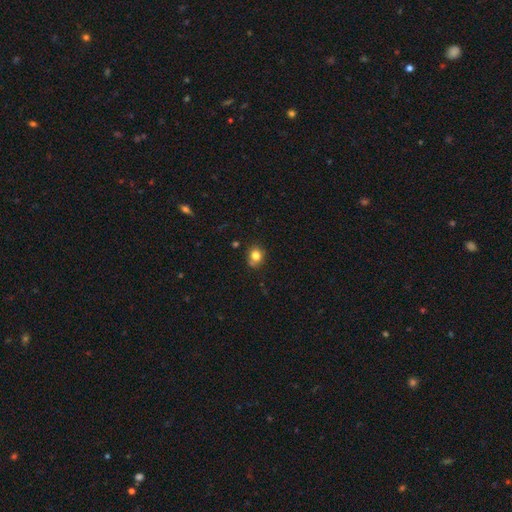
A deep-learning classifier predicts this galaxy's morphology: smooth-or-featured: smooth: 79% | star or artifact: 12% | featured or disk: 9%
  how-rounded: round: 72% | in between: 28% | cigar-shaped: 1%
  merging: none: 73% | minor disturbance: 19% | merger: 5% | major disturbance: 4%